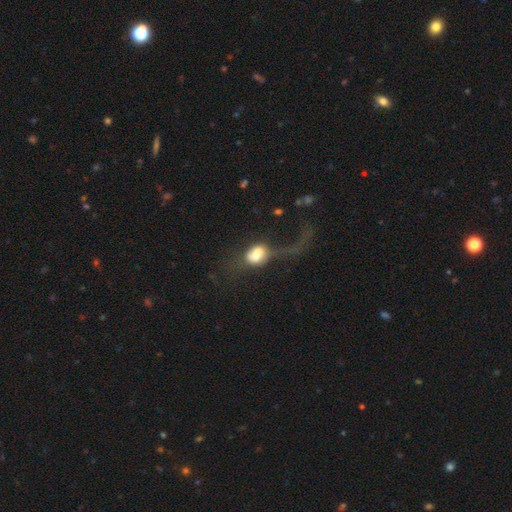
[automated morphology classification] smooth 62%, featured or disk 29%, star or artifact 9%. Down the decision tree: how rounded — in between (73%); merging — major disturbance (56%).